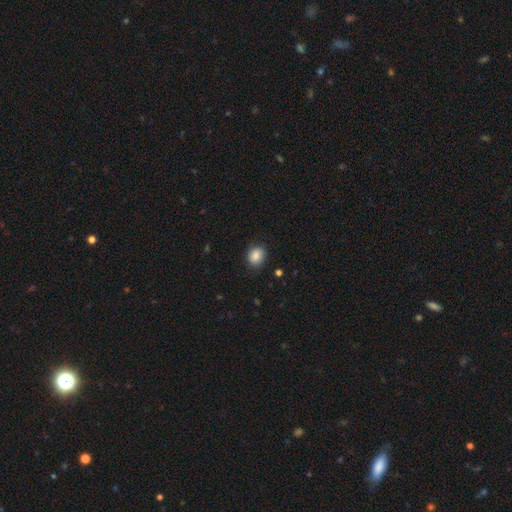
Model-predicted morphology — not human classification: Overall: smooth (86%). How rounded: round (58%; in between 41%). Merging: none (83%).